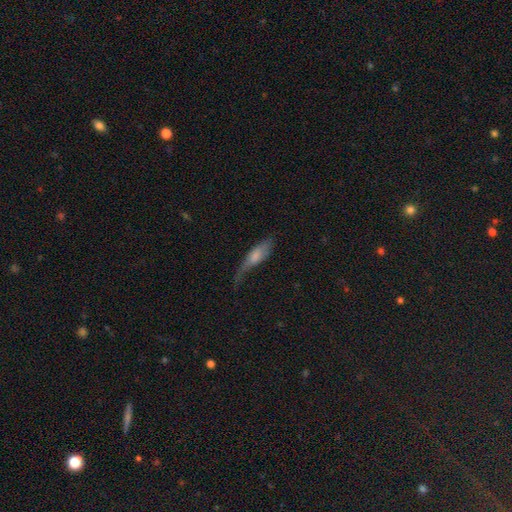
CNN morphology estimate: Overall: smooth (63%; featured or disk 30%). How rounded: in between (49%; cigar-shaped 48%). Merging: minor disturbance (34%; none 33%).